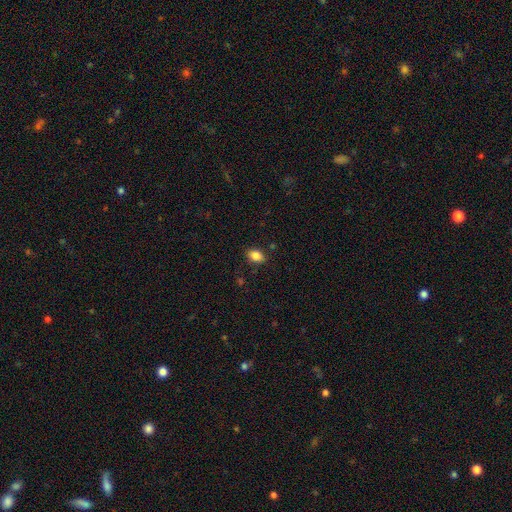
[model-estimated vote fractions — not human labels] Overall: smooth (85%). How rounded: in between (78%). Merging: none (84%).